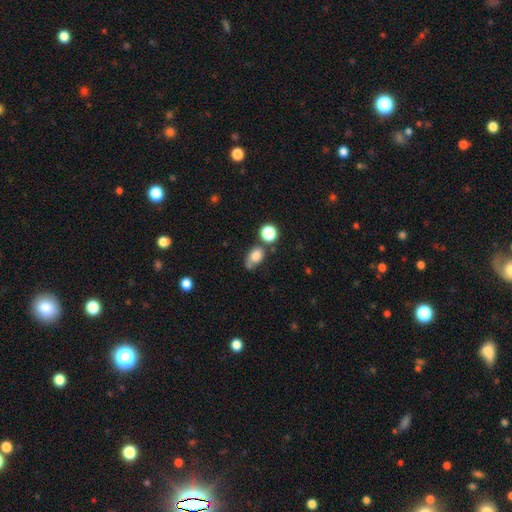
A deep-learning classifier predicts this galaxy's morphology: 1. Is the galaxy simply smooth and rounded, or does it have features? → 77% smooth, 12% featured or disk, 11% star or artifact.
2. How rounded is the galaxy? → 64% in between, 35% round, 2% cigar-shaped.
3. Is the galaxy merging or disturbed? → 44% none, 24% minor disturbance, 21% merger, 11% major disturbance.